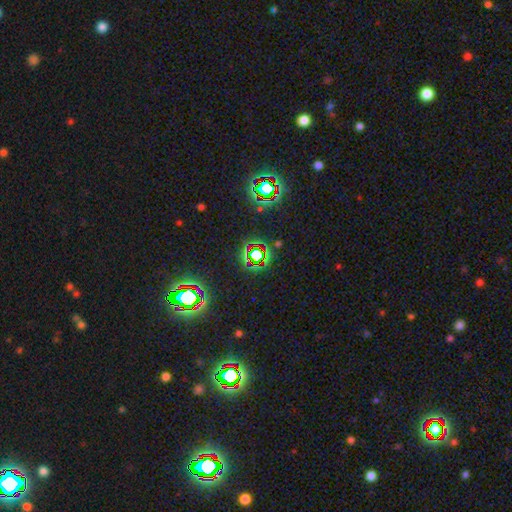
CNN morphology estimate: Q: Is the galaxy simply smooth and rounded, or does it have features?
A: star or artifact — 72%.